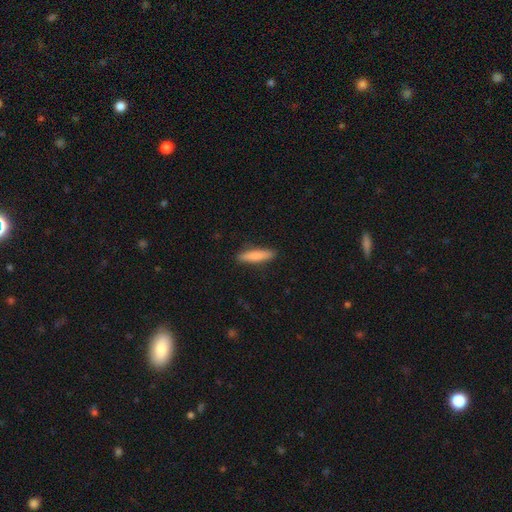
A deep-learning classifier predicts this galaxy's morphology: A smooth galaxy with no disk features (82%) that is cigar-shaped (81%).

Vote fractions:
- Smooth or featured? smooth: 82% / featured or disk: 12% / star or artifact: 5%
- How rounded? cigar-shaped: 81% / in between: 17% / round: 1%
- Merging? none: 89% / minor disturbance: 8% / major disturbance: 2% / merger: 1%